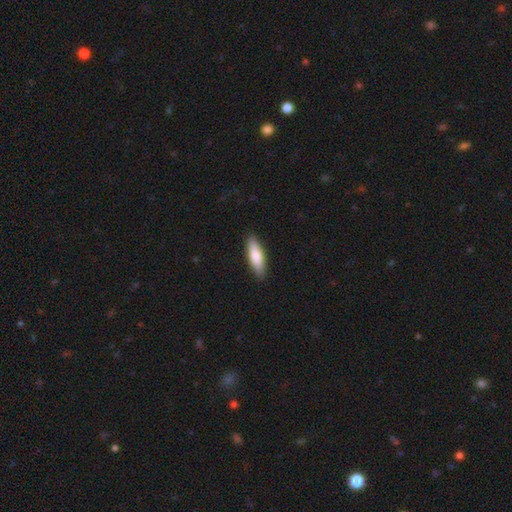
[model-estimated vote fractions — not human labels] Morphology: type=smooth (77%); roundness=cigar-shaped (53%); merging=none (89%).